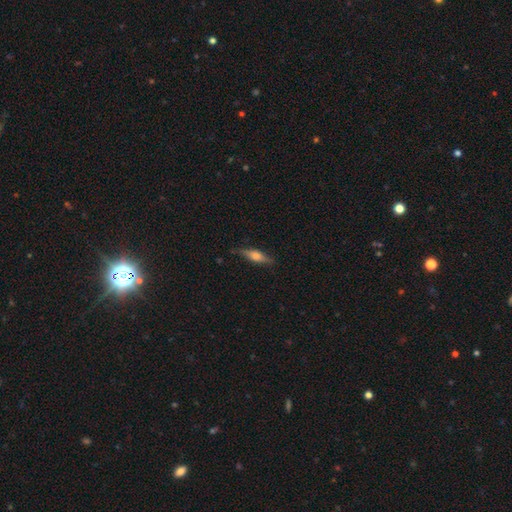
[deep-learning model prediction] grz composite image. It shows a featured or disk galaxy (52%) viewed edge-on (94%). Merging: none (81%).